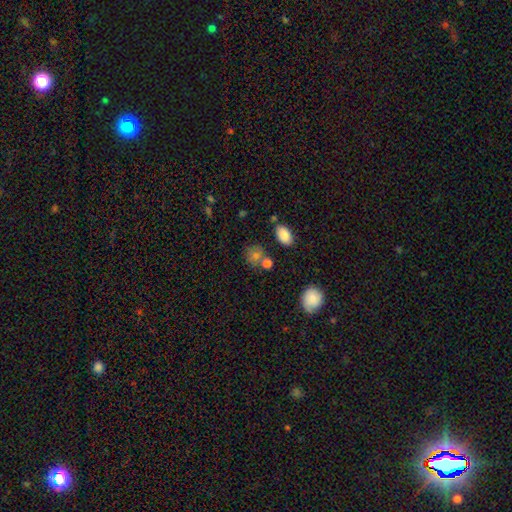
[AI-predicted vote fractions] A smooth galaxy with no disk features (77%) that is round (68%).

Vote fractions:
- Smooth or featured? smooth: 77% / star or artifact: 13% / featured or disk: 10%
- How rounded? round: 68% / in between: 31% / cigar-shaped: 1%
- Merging? none: 64% / merger: 16% / minor disturbance: 14% / major disturbance: 5%